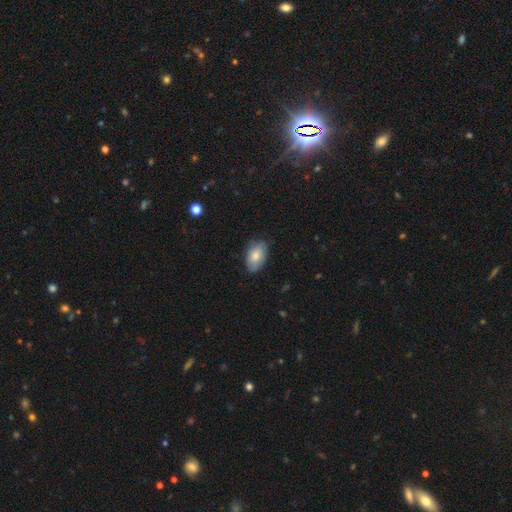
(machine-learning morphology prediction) type=smooth (76%); roundness=in between (92%); merging=none (76%).